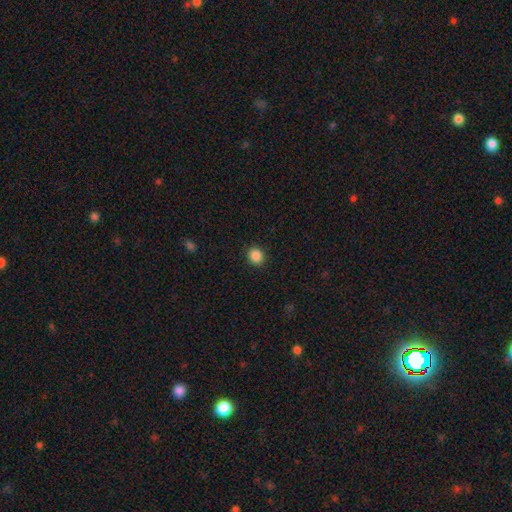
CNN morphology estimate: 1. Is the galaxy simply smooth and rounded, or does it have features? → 87% smooth, 10% star or artifact, 3% featured or disk.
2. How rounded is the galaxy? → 77% round, 22% in between, 1% cigar-shaped.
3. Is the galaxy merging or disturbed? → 91% none, 6% minor disturbance, 2% major disturbance, 1% merger.